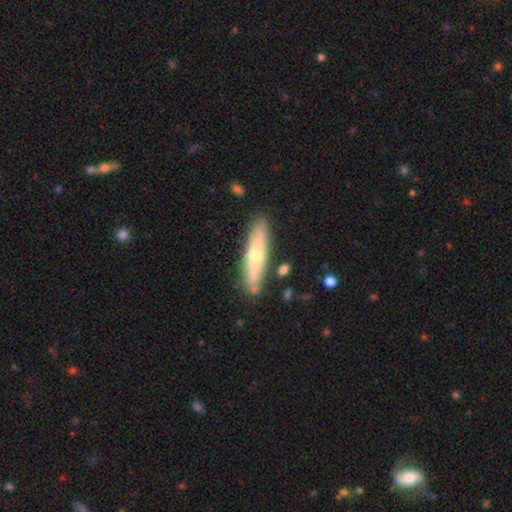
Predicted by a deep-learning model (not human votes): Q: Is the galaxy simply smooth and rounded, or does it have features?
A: smooth — 53%.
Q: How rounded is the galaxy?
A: cigar-shaped — 73%.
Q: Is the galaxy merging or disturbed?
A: none — 83%.